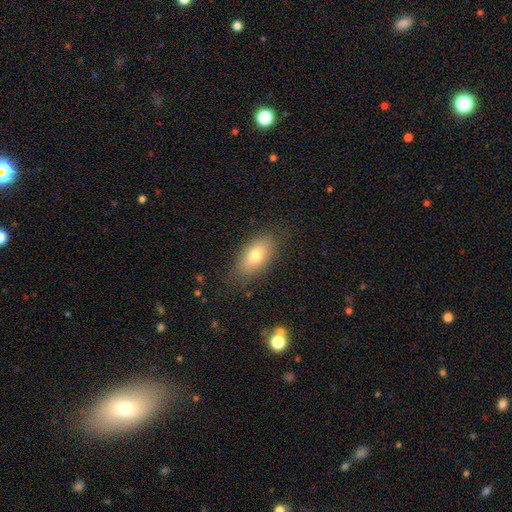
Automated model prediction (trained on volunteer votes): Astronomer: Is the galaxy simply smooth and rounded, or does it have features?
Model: smooth — 74%.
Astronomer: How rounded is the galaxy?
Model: in between — 87%.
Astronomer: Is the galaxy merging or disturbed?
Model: none — 81%.